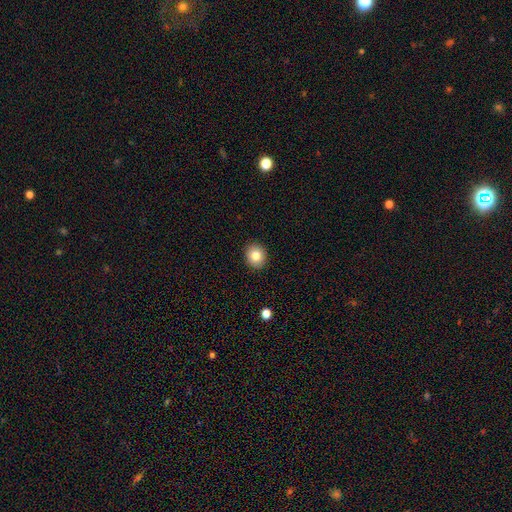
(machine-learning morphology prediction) Smooth or featured: smooth — 82% (star or artifact — 9%)
How rounded: round — 76% (in between — 23%)
Merging: none — 92% (minor disturbance — 6%)